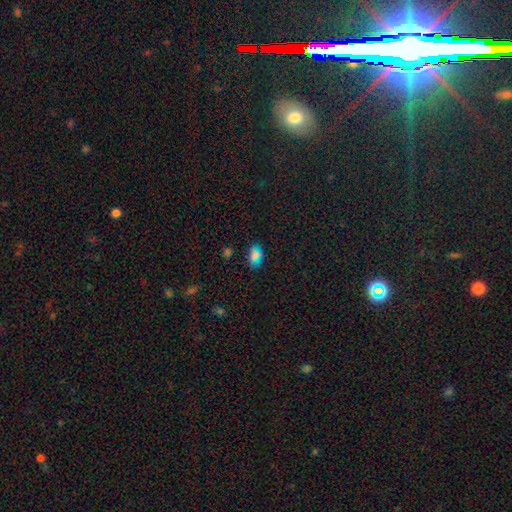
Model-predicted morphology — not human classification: smooth_or_featured: smooth (p=0.65) [alt: star or artifact p=0.28]
how_rounded: in between (p=0.81) [alt: round p=0.13]
merging: none (p=0.81) [alt: minor disturbance p=0.12]